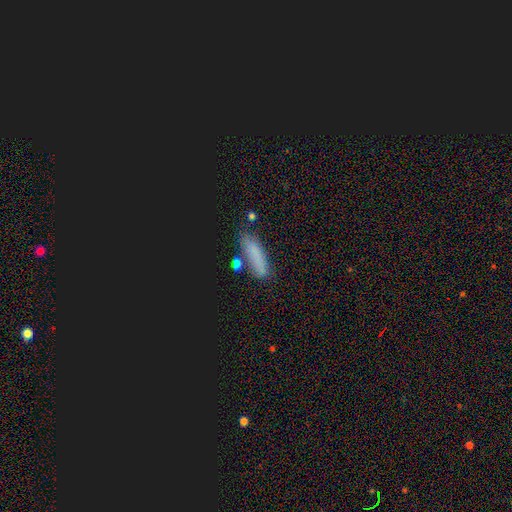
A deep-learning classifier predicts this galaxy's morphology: Q: Smooth or featured?
A: smooth (69%); runner-up: star or artifact (20%)
Q: How rounded?
A: cigar-shaped (62%); runner-up: in between (33%)
Q: Merging?
A: none (67%); runner-up: minor disturbance (17%)